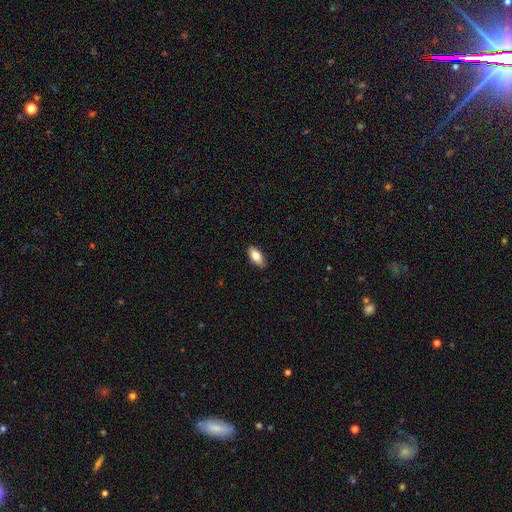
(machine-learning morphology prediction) A smooth galaxy with no disk features (81%) that is in between round and cigar-shaped (87%). Merging: none (87%).